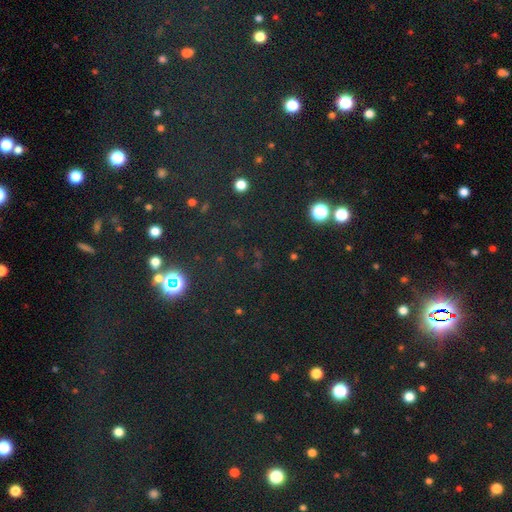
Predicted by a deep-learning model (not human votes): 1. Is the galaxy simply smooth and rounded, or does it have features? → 77% star or artifact, 16% smooth, 7% featured or disk.